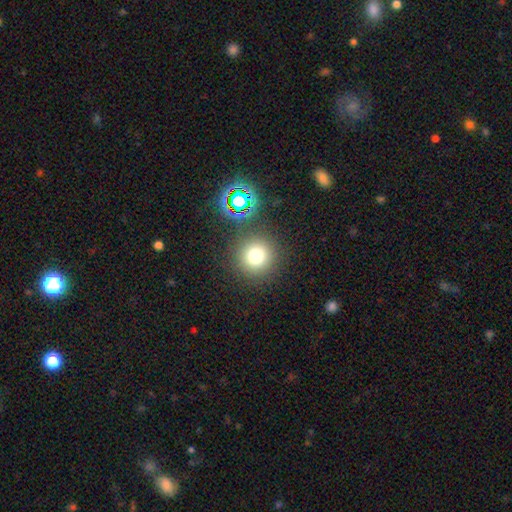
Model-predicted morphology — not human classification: A smooth galaxy with no disk features (73%) that is round (95%).

Vote fractions:
- Smooth or featured? smooth: 73% / star or artifact: 19% / featured or disk: 8%
- How rounded? round: 95% / in between: 4% / cigar-shaped: 1%
- Merging? none: 86% / minor disturbance: 7% / merger: 4% / major disturbance: 3%